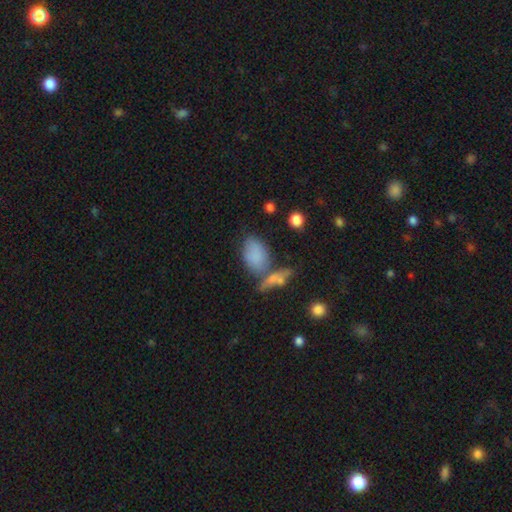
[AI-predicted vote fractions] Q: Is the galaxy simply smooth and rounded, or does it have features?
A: smooth — 78%.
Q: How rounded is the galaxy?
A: in between — 87%.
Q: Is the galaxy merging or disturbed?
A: none — 48%.